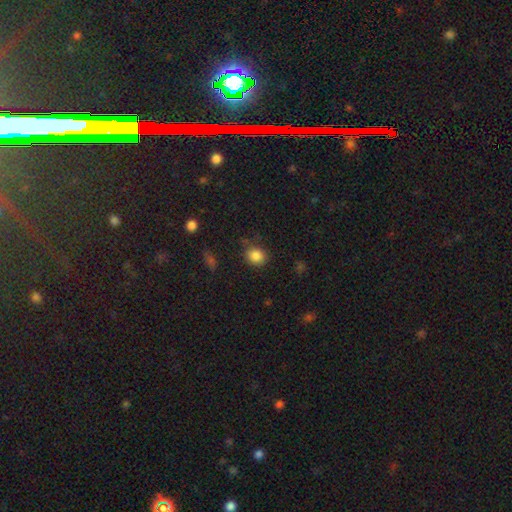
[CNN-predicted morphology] The model was most divided on "how rounded": round: 74%, in between: 25%, cigar-shaped: 1%. More confident: smooth or featured — smooth (85%); merging — none (80%).